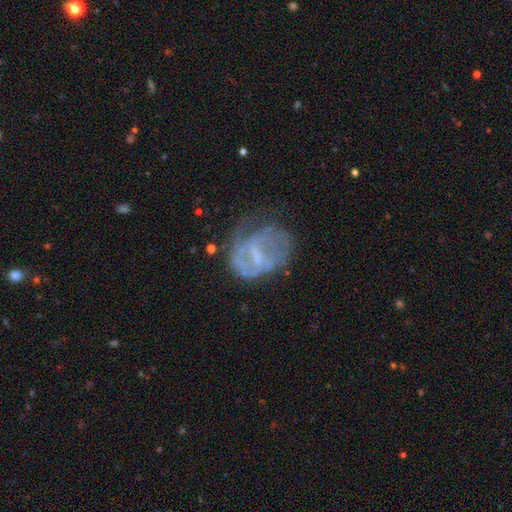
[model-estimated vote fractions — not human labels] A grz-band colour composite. It shows a featured or disk galaxy (68%) with a weak bar (51%), spiral arms (57%) and no central bulge (39%, tied with small). Merging: none (37%).